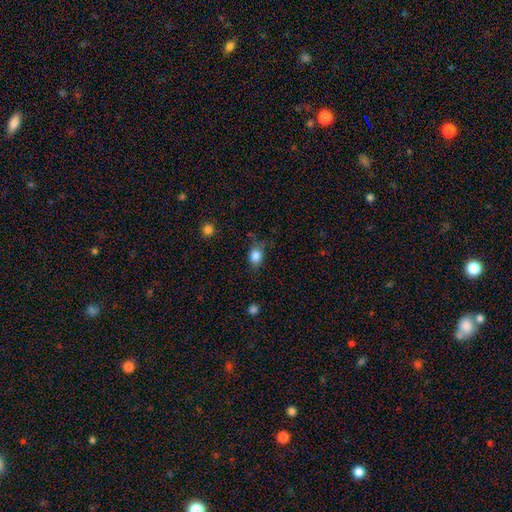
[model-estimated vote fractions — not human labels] smooth_or_featured: smooth (p=0.85) [alt: star or artifact p=0.09]
how_rounded: in between (p=0.64) [alt: round p=0.34]
merging: none (p=0.66) [alt: minor disturbance p=0.25]